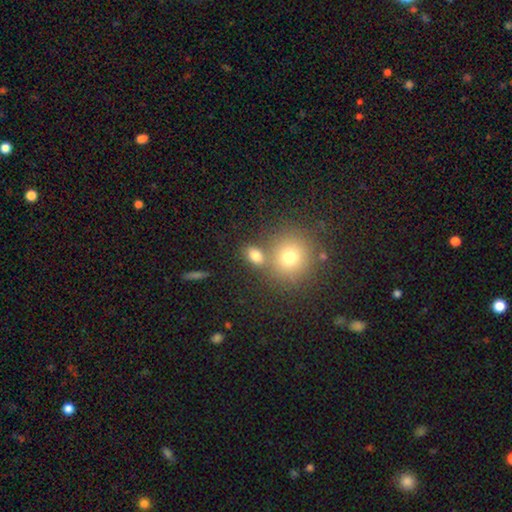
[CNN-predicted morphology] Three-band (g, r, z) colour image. It shows a smooth galaxy with no disk features (77%) that is in between round and cigar-shaped (55%). Merging: none (59%).